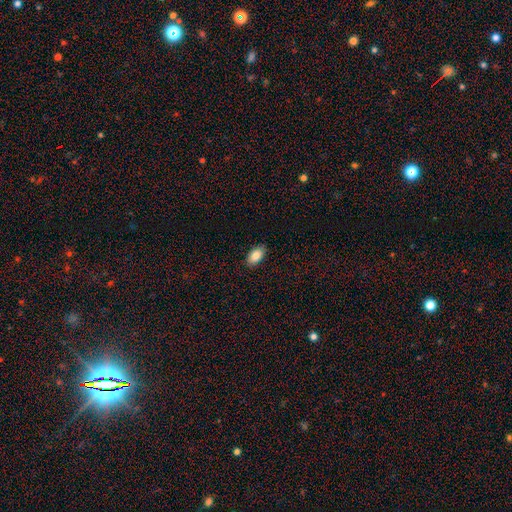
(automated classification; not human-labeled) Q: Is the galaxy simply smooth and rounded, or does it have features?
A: smooth — 86%.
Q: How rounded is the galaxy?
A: in between — 94%.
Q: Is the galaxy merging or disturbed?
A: none — 88%.